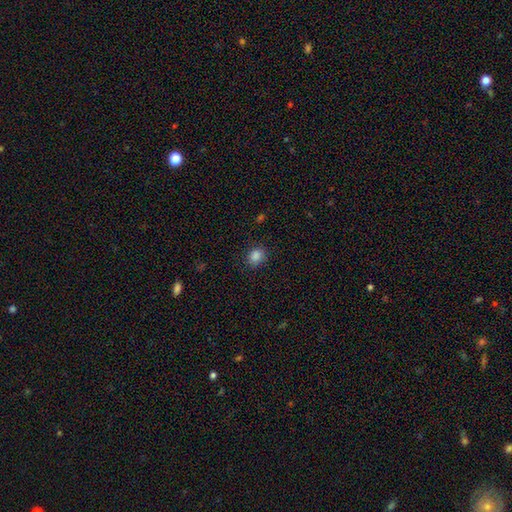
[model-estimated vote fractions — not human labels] smooth 85%, star or artifact 11%, featured or disk 4%. Down the decision tree: how rounded — round (60%); merging — none (82%).